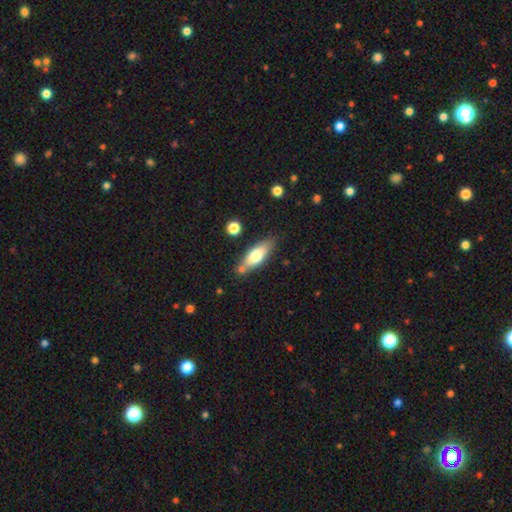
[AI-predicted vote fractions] Smooth or featured: smooth — 67% (featured or disk — 27%)
How rounded: in between — 65% (cigar-shaped — 33%)
Merging: none — 72% (minor disturbance — 15%)